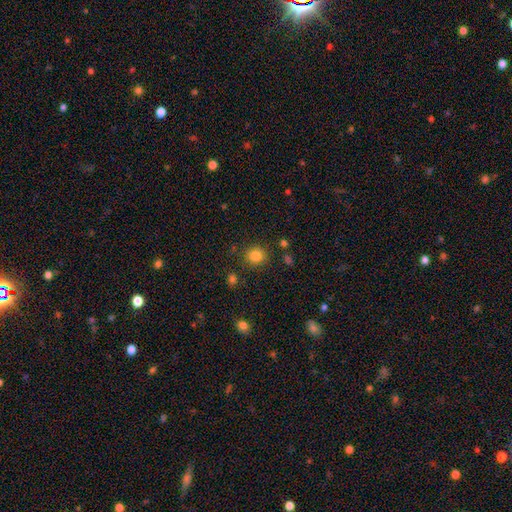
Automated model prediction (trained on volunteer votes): Overall: smooth (83%). How rounded: round (89%). Merging: none (85%).